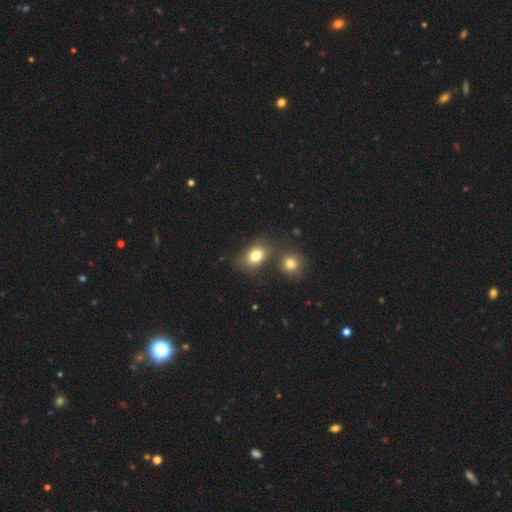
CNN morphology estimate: Smooth or featured?
  - smooth: 79% *
  - star or artifact: 11%
  - featured or disk: 10%
How rounded?
  - in between: 68% *
  - round: 30%
  - cigar-shaped: 1%
Merging?
  - none: 61% *
  - merger: 20%
  - minor disturbance: 14%
  - major disturbance: 5%